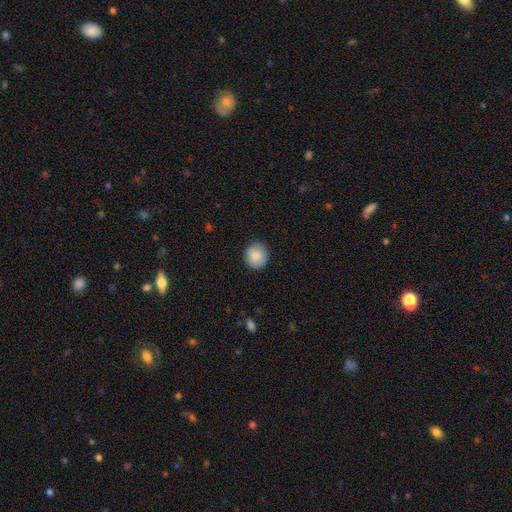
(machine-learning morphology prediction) smooth-or-featured: smooth: 84% | featured or disk: 8% | star or artifact: 7%
  how-rounded: round: 89% | in between: 11% | cigar-shaped: 1%
  merging: none: 90% | minor disturbance: 8% | major disturbance: 2% | merger: 1%